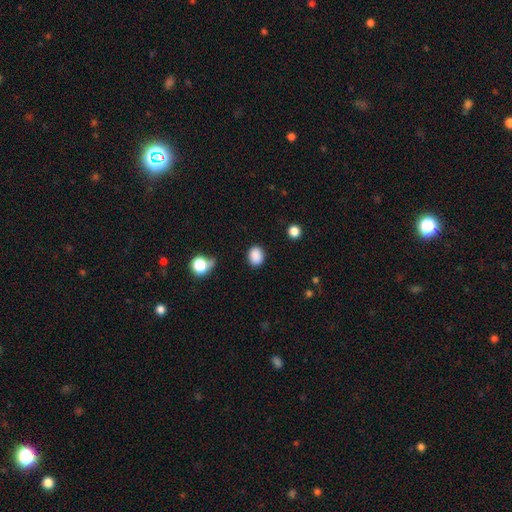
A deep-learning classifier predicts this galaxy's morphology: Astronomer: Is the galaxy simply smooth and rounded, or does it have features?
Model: smooth — 88%.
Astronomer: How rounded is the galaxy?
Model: in between — 50% (runner-up: round, 49%).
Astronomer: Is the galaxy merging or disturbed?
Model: none — 84%.